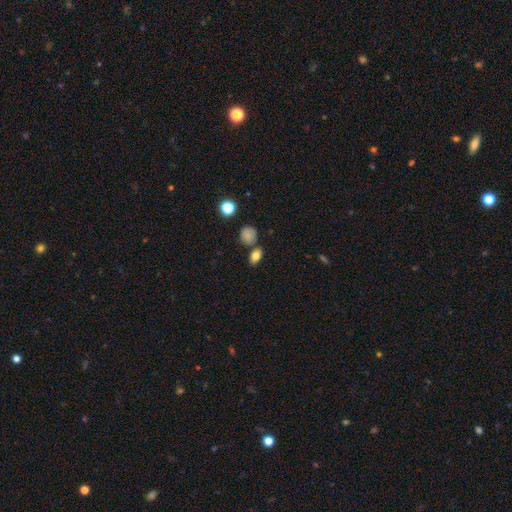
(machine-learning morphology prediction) Smooth or featured?
  - smooth: 80% *
  - star or artifact: 11%
  - featured or disk: 9%
How rounded?
  - in between: 79% *
  - round: 18%
  - cigar-shaped: 3%
Merging?
  - none: 72% *
  - merger: 13%
  - minor disturbance: 12%
  - major disturbance: 3%